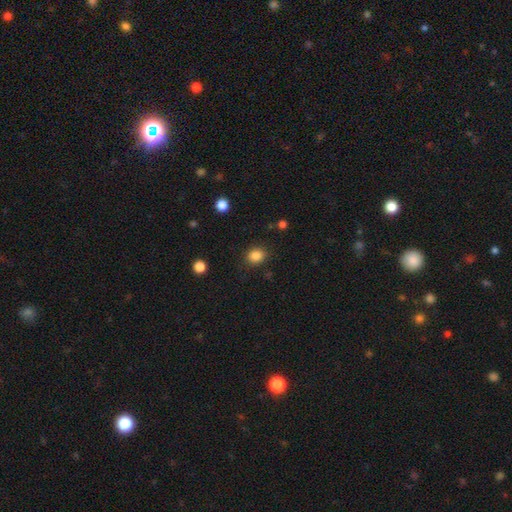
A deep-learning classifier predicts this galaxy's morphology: Smooth or featured? smooth (85%)
How rounded? round (67%)
Merging? none (86%)